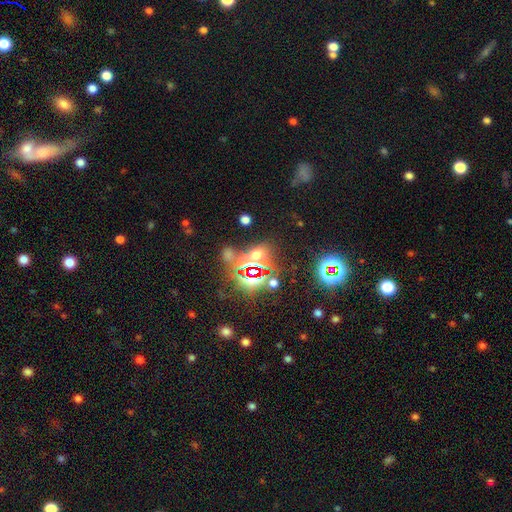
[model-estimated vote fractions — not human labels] A star or artifact, not a galaxy (61%).

Vote fractions:
- Smooth or featured? star or artifact: 61% / smooth: 30% / featured or disk: 9%